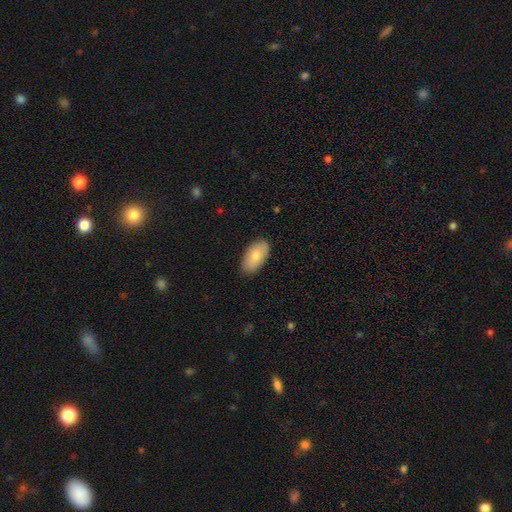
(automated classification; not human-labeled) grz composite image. It shows a smooth galaxy with no disk features (83%) that is in between round and cigar-shaped (95%). Merging: none (85%).